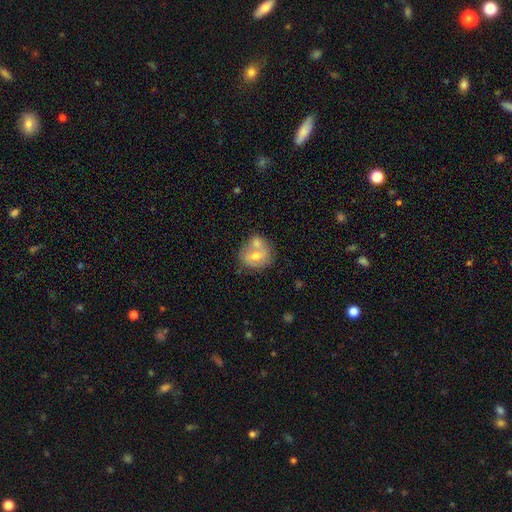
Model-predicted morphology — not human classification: Smooth or featured?
  - smooth: 59% *
  - featured or disk: 34%
  - star or artifact: 7%
How rounded?
  - round: 64% *
  - in between: 35%
  - cigar-shaped: 1%
Merging?
  - merger: 49% *
  - none: 36%
  - minor disturbance: 11%
  - major disturbance: 4%